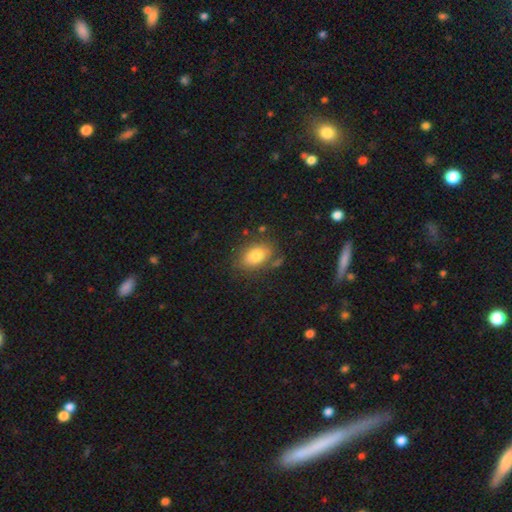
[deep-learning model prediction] smooth_or_featured: smooth (p=0.79) [alt: featured or disk p=0.13]
how_rounded: in between (p=0.87) [alt: round p=0.12]
merging: none (p=0.74) [alt: minor disturbance p=0.16]